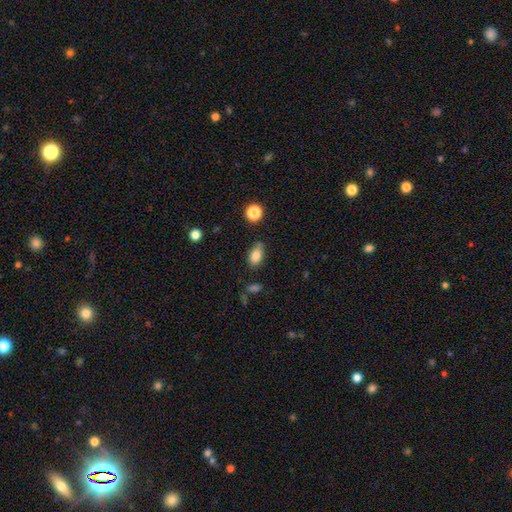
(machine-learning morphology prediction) This appears to be a smooth galaxy with no disk features (83%) that is in between round and cigar-shaped (87%). Merging: none (67%).